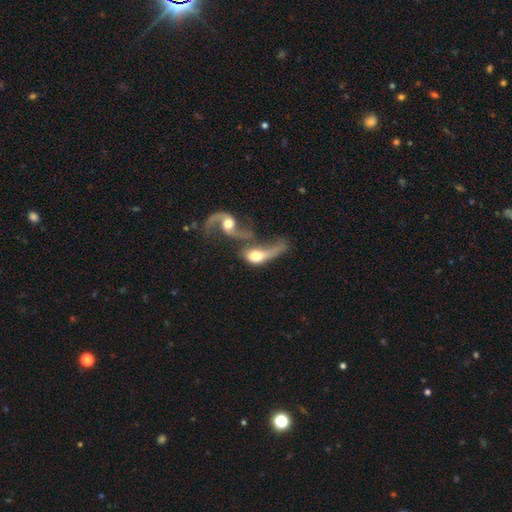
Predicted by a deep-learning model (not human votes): A featured or disk galaxy (54%).

Vote fractions:
- Smooth or featured? featured or disk: 54% / smooth: 38% / star or artifact: 8%
- Edge-on disk? no: 84% / yes: 16%
- Merging? merger: 70% / major disturbance: 12% / none: 11% / minor disturbance: 6%